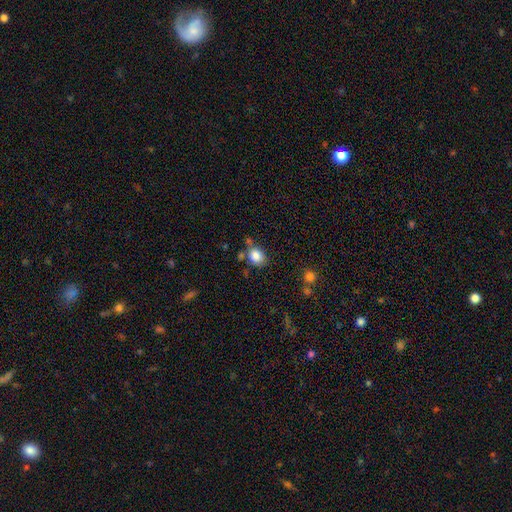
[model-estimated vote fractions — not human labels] Morphology: type=smooth (84%); roundness=round (57%); merging=none (62%).